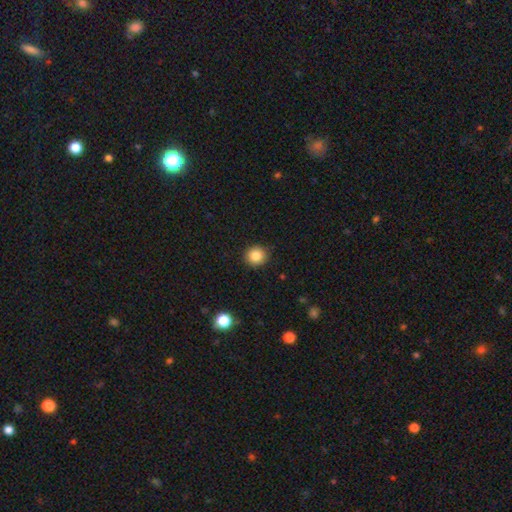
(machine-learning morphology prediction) Q: Smooth or featured?
A: smooth (85%); runner-up: star or artifact (10%)
Q: How rounded?
A: round (88%); runner-up: in between (11%)
Q: Merging?
A: none (90%); runner-up: minor disturbance (7%)